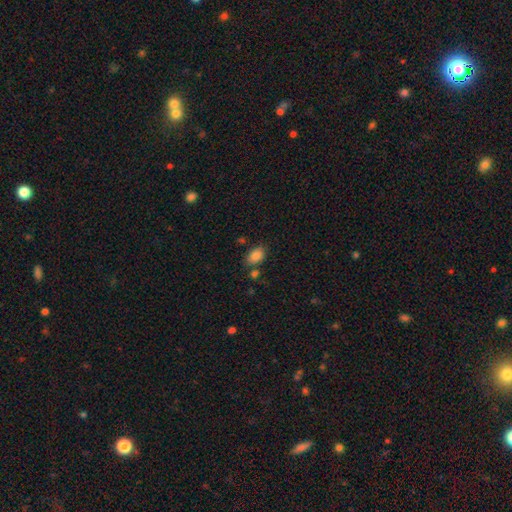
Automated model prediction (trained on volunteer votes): A smooth galaxy with no disk features (85%) that is in between round and cigar-shaped (86%). Merging: none (71%).